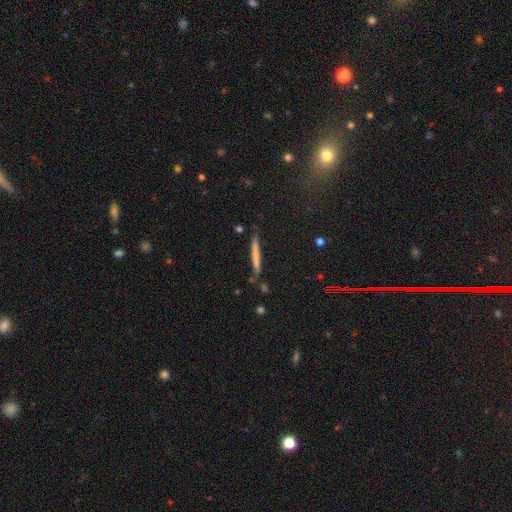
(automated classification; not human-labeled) The model was most divided on "smooth or featured": smooth: 58%, featured or disk: 33%, star or artifact: 9%. More confident: how rounded — cigar-shaped (95%); merging — none (78%).